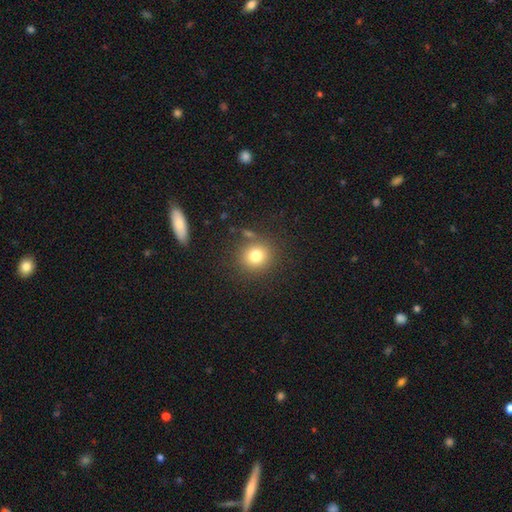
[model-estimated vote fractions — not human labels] Smooth or featured: smooth — 78% (star or artifact — 13%)
How rounded: round — 88% (in between — 11%)
Merging: none — 82% (minor disturbance — 9%)